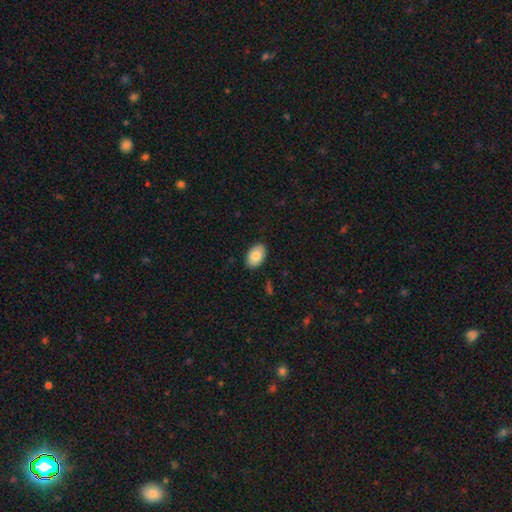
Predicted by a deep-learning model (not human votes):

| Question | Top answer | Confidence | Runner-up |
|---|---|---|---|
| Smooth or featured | smooth | 85% | featured or disk (9%) |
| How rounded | in between | 91% | round (8%) |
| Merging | none | 89% | minor disturbance (8%) |